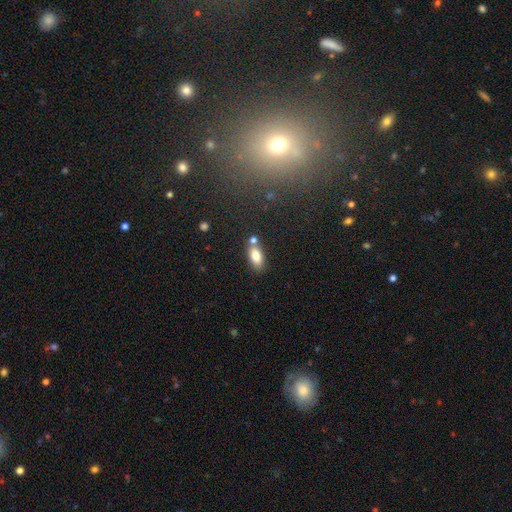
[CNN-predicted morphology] This is clearly a smooth galaxy (81%). How rounded: clearly in between (88%). Merging: likely none (66%).